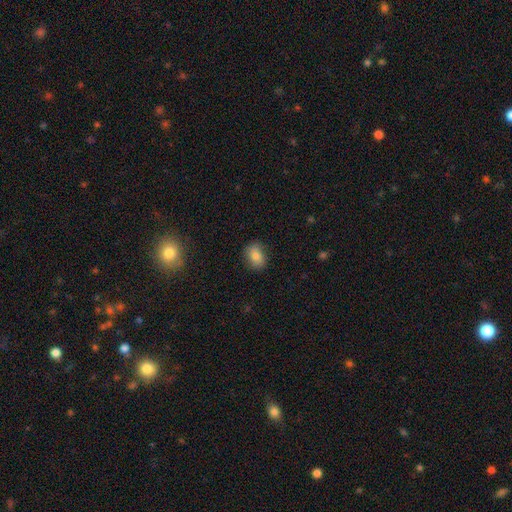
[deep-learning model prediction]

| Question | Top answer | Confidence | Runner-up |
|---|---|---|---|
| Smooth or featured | smooth | 81% | featured or disk (10%) |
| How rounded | in between | 65% | round (34%) |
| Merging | none | 82% | minor disturbance (14%) |